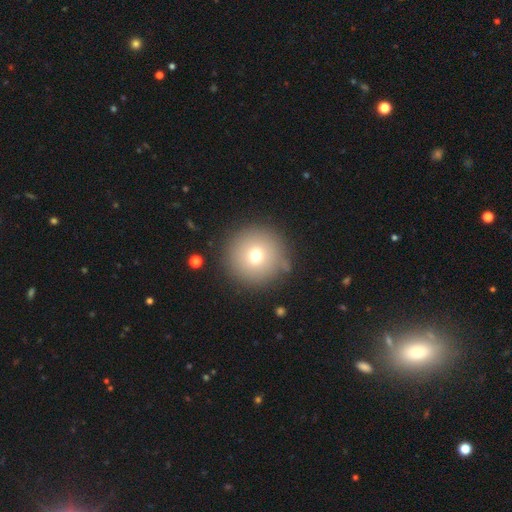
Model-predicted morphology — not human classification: type=smooth (72%); roundness=round (97%); merging=none (86%).